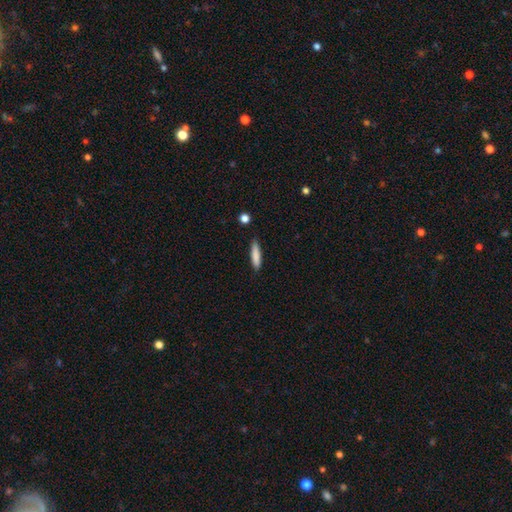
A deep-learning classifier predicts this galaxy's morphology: smooth-or-featured: smooth: 84% | featured or disk: 10% | star or artifact: 6%
  how-rounded: cigar-shaped: 81% | in between: 18% | round: 1%
  merging: none: 85% | minor disturbance: 11% | merger: 2% | major disturbance: 2%